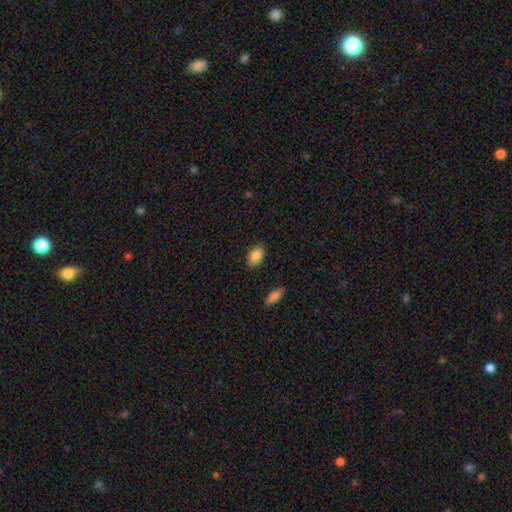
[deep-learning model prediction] Smooth or featured? Predicted: smooth (p=0.87). How rounded? Predicted: in between (p=0.93). Merging? Predicted: none (p=0.87).